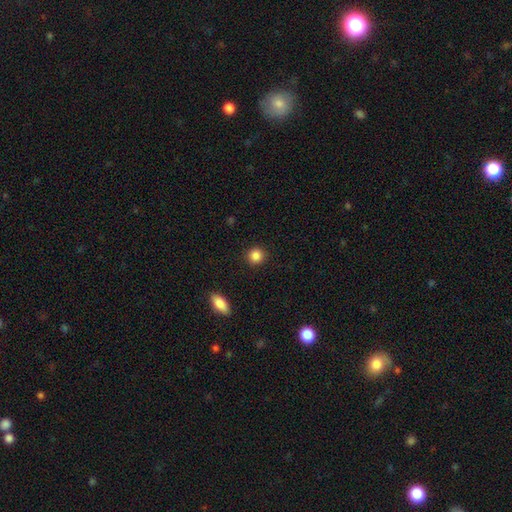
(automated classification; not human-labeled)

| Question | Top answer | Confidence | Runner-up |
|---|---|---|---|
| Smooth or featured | smooth | 87% | star or artifact (9%) |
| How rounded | round | 91% | in between (8%) |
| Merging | none | 92% | minor disturbance (5%) |